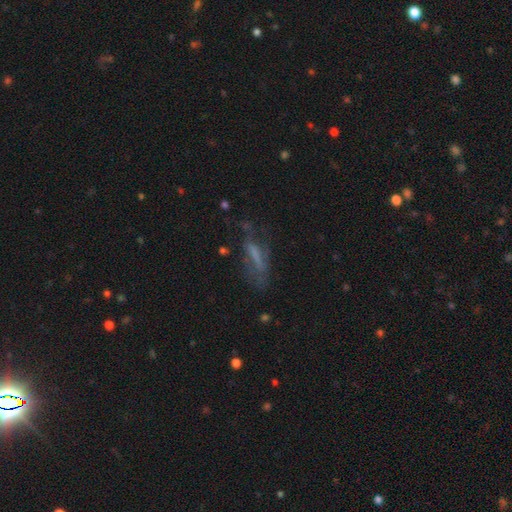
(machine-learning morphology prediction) smooth_or_featured: featured or disk (p=0.43) [alt: smooth p=0.42]
merging: none (p=0.46) [alt: major disturbance p=0.26]